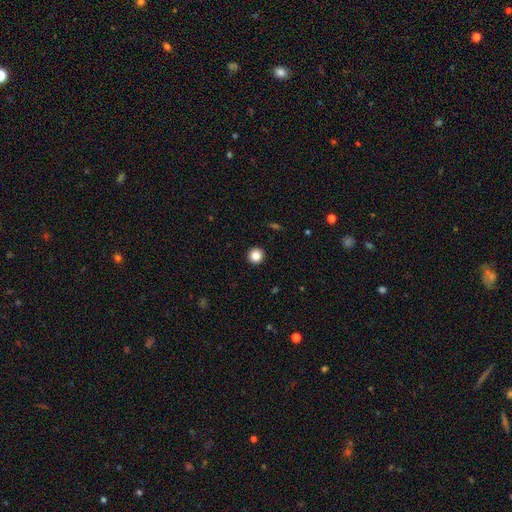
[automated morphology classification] This is clearly a smooth galaxy (86%). How rounded: clearly round (95%). Merging: clearly none (93%).